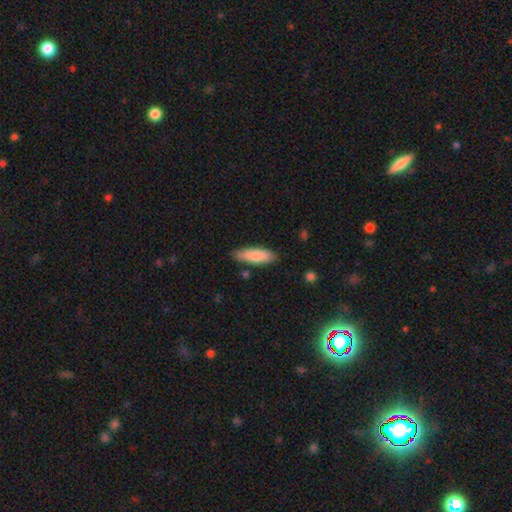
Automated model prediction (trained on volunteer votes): Smooth or featured? Predicted: smooth (p=0.83). How rounded? Predicted: cigar-shaped (p=0.54). Merging? Predicted: none (p=0.81).